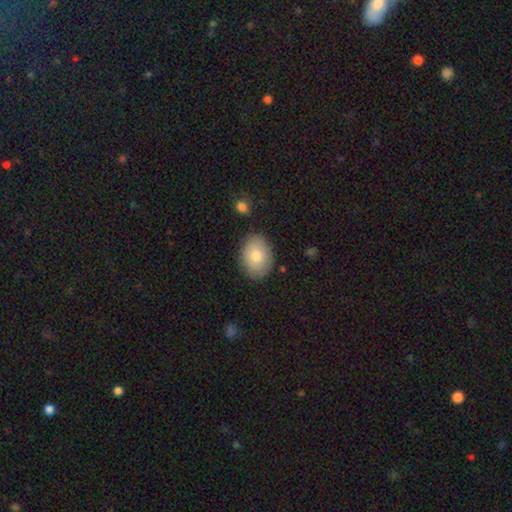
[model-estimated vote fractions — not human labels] smooth 79%, featured or disk 14%, star or artifact 7%. Down the decision tree: how rounded — in between (77%); merging — none (84%).